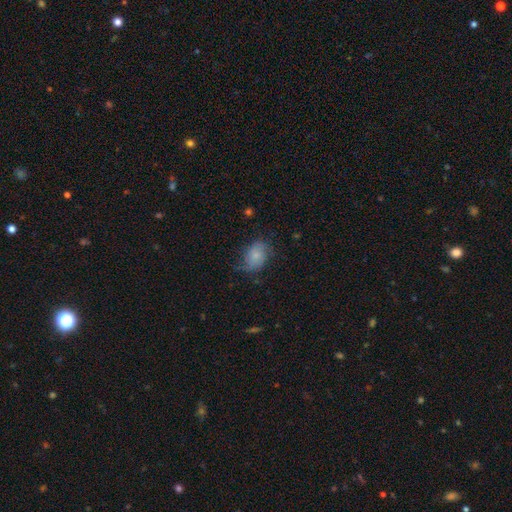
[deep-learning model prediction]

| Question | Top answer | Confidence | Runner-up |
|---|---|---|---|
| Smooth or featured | smooth | 64% | featured or disk (27%) |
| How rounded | in between | 76% | round (22%) |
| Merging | none | 54% | minor disturbance (30%) |